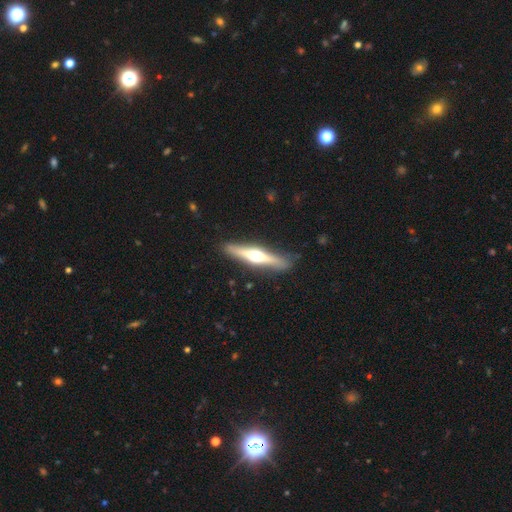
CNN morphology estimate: Smooth or featured? featured or disk (67%)
Edge-on disk? yes (96%)
Edge-on bulge? rounded (94%)
Merging? none (87%)